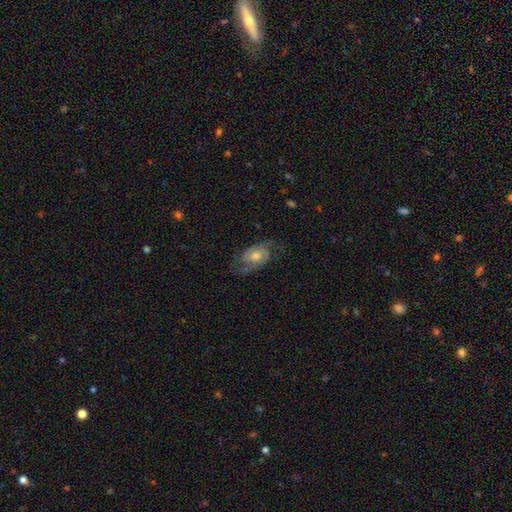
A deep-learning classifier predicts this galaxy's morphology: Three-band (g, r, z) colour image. It shows a featured or disk galaxy (82%) with no bar (58%), 2 (89%) medium (51%) spiral arms (95%) and a moderate central bulge (62%). Merging: none (75%).